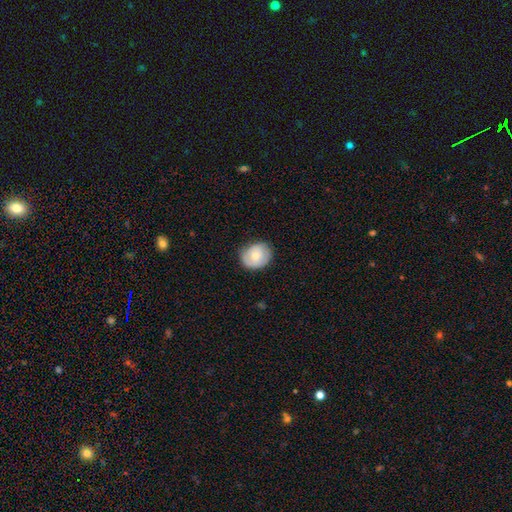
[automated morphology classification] Q: Smooth or featured?
A: smooth (63%); runner-up: featured or disk (30%)
Q: How rounded?
A: round (64%); runner-up: in between (35%)
Q: Merging?
A: none (76%); runner-up: minor disturbance (19%)